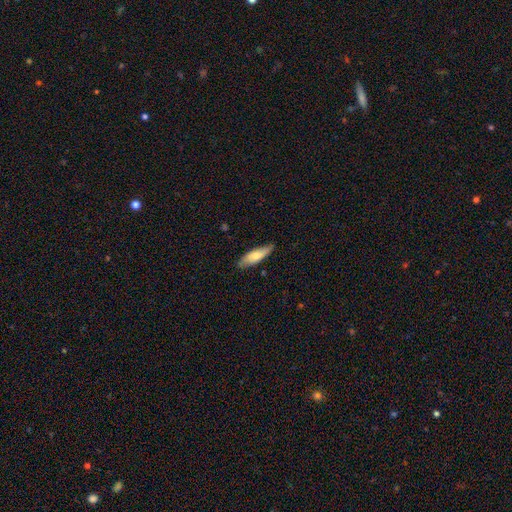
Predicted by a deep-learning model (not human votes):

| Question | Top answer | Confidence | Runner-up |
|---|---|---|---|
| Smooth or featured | smooth | 67% | featured or disk (28%) |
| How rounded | cigar-shaped | 55% | in between (44%) |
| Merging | none | 79% | minor disturbance (17%) |